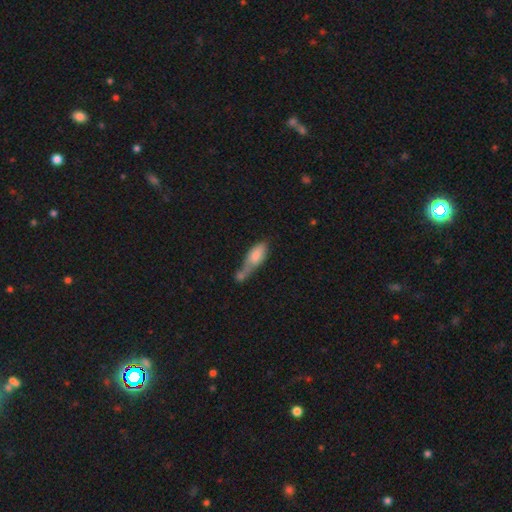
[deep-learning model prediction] This is likely a smooth galaxy (76%). How rounded: likely in between (74%). Merging: possibly merger (51%).